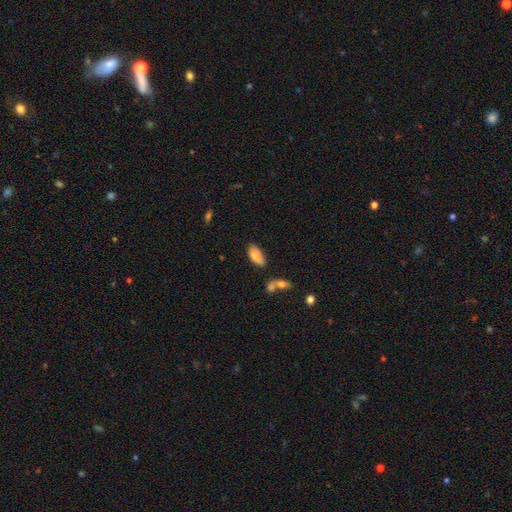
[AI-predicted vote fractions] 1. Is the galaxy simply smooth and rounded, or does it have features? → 79% smooth, 14% featured or disk, 7% star or artifact.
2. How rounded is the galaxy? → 91% in between, 7% cigar-shaped, 2% round.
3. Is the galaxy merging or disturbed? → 67% none, 20% minor disturbance, 9% merger, 4% major disturbance.